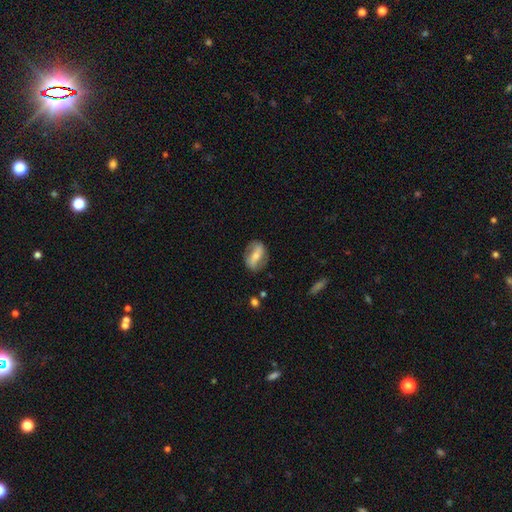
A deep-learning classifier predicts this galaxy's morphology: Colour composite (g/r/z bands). It shows a featured or disk galaxy (57%). Merging: none (79%).